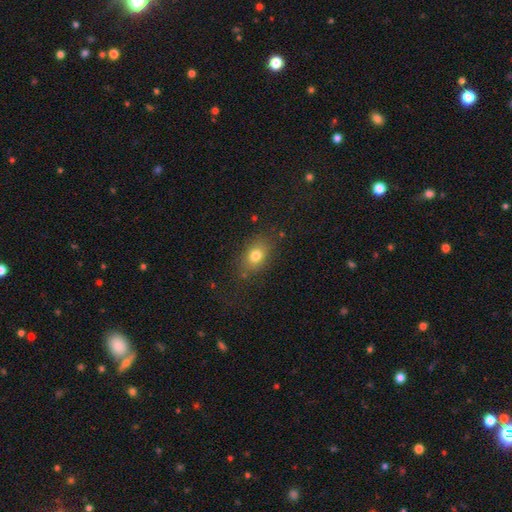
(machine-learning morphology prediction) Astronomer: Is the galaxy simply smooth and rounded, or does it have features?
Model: smooth — 78%.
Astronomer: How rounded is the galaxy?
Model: in between — 71%.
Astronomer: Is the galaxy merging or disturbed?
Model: none — 79%.